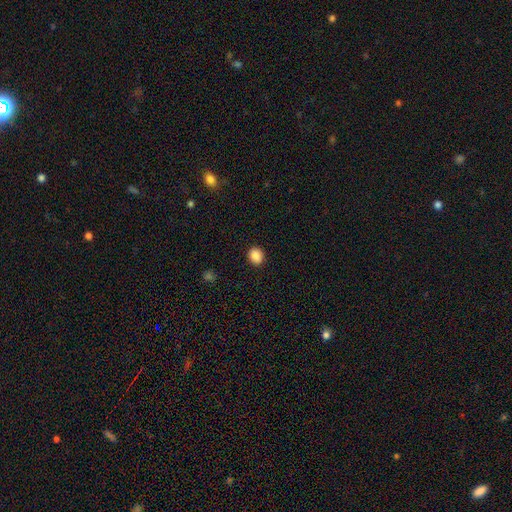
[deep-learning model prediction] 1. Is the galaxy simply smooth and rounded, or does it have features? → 88% smooth, 9% star or artifact, 3% featured or disk.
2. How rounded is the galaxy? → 70% round, 29% in between, 1% cigar-shaped.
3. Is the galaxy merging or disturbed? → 91% none, 6% minor disturbance, 2% major disturbance, 1% merger.